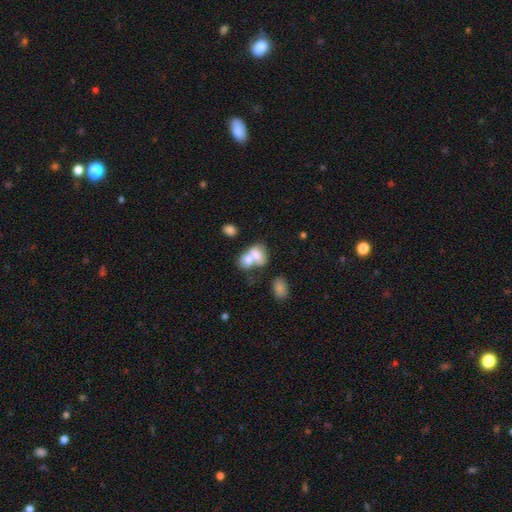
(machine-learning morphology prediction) Overall: smooth (68%). How rounded: in between (71%). Merging: merger (69%).